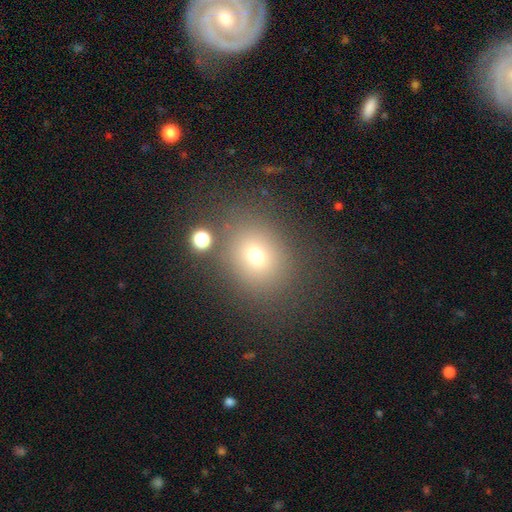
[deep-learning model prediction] smooth 68%, star or artifact 20%, featured or disk 12%. Down the decision tree: how rounded — round (64%); merging — none (79%).